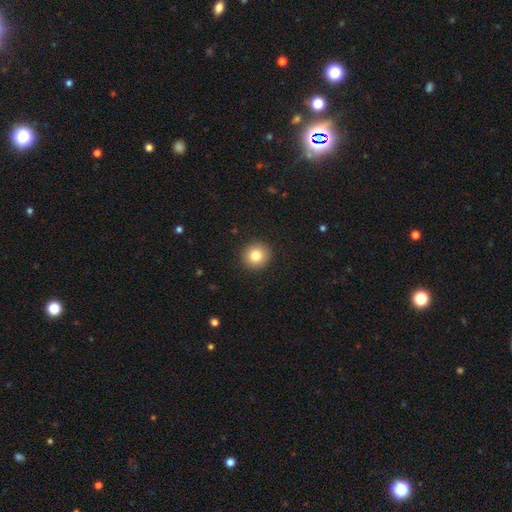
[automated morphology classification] Overall: smooth (82%). How rounded: round (93%). Merging: none (92%).